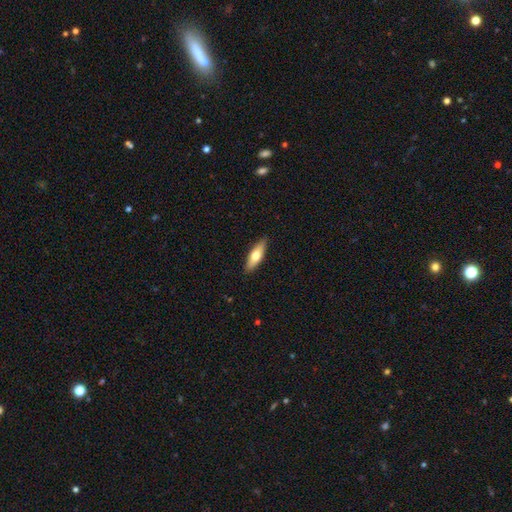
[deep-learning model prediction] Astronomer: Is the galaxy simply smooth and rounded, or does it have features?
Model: smooth — 64%.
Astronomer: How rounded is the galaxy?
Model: in between — 50% (runner-up: cigar-shaped, 48%).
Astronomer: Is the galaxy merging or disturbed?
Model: none — 89%.